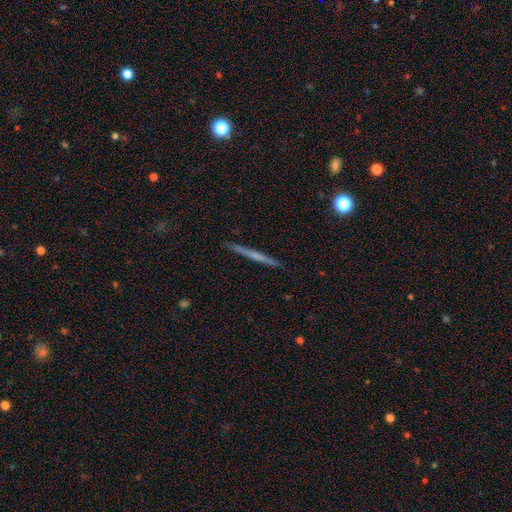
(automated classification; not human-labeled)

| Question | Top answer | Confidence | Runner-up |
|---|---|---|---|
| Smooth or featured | featured or disk | 51% | smooth (42%) |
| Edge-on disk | yes | 97% | no (3%) |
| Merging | none | 90% | minor disturbance (7%) |